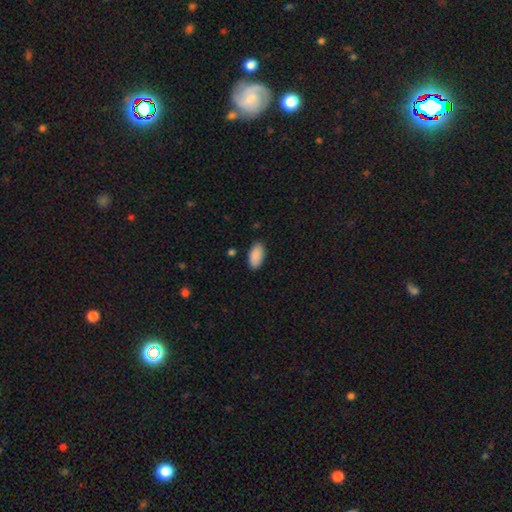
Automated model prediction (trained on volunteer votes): smooth_or_featured: smooth (p=0.90) [alt: star or artifact p=0.06]
how_rounded: in between (p=0.94) [alt: cigar-shaped p=0.04]
merging: none (p=0.87) [alt: minor disturbance p=0.10]